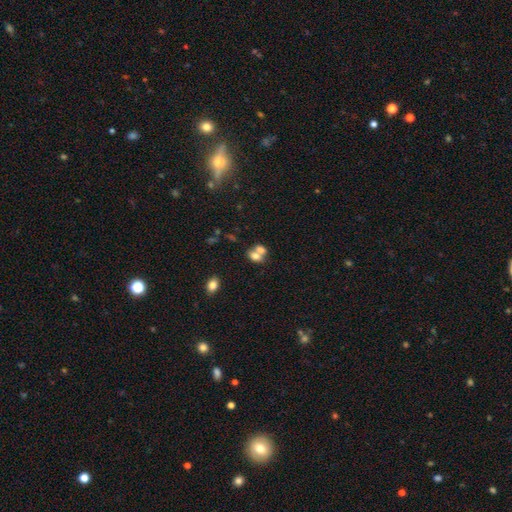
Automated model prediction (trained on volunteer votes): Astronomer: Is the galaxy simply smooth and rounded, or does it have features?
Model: smooth — 71%.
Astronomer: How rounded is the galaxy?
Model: in between — 72%.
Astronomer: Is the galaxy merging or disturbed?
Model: merger — 65%.